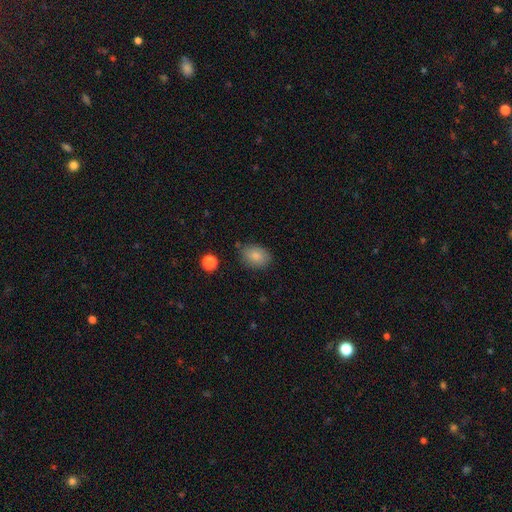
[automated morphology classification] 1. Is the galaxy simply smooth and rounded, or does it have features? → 85% smooth, 8% star or artifact, 7% featured or disk.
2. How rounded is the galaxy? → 71% in between, 28% round, 1% cigar-shaped.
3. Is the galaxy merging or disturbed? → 77% none, 17% minor disturbance, 4% major disturbance, 3% merger.